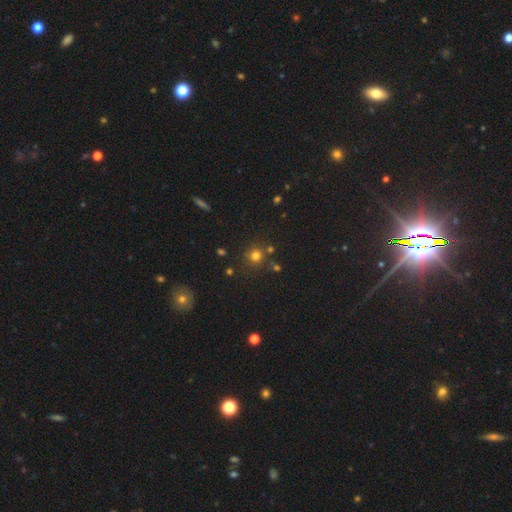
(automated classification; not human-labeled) A smooth galaxy with no disk features (73%) that is round (91%).

Vote fractions:
- Smooth or featured? smooth: 73% / star or artifact: 20% / featured or disk: 7%
- How rounded? round: 91% / in between: 8% / cigar-shaped: 1%
- Merging? none: 78% / minor disturbance: 9% / merger: 9% / major disturbance: 3%